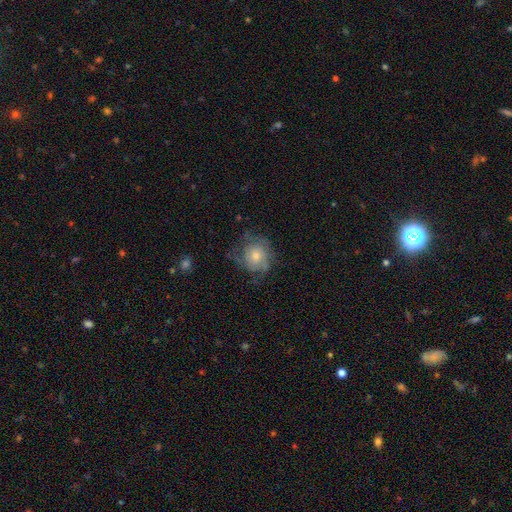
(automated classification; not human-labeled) Overall: featured or disk (50%; smooth 40%). Merging: none (60%; minor disturbance 23%).